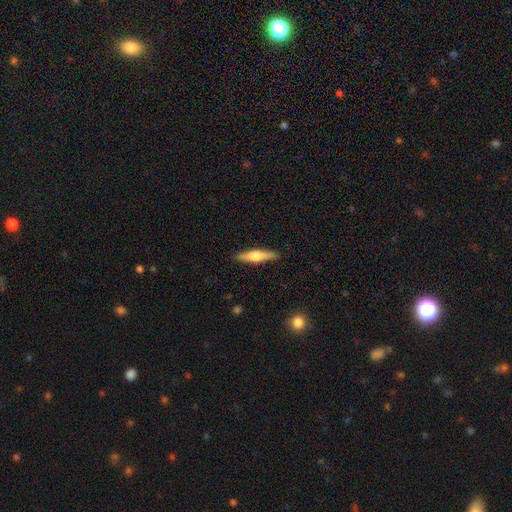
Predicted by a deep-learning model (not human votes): smooth 51%, featured or disk 43%, star or artifact 6%. Down the decision tree: how rounded — cigar-shaped (79%); merging — none (90%).